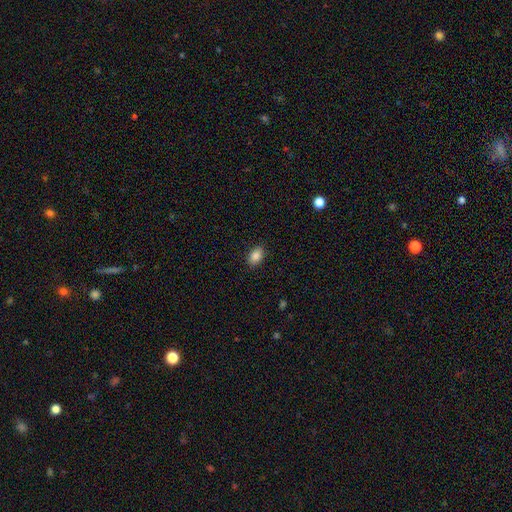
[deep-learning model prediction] smooth 87%, star or artifact 8%, featured or disk 4%. Down the decision tree: how rounded — in between (87%); merging — none (89%).